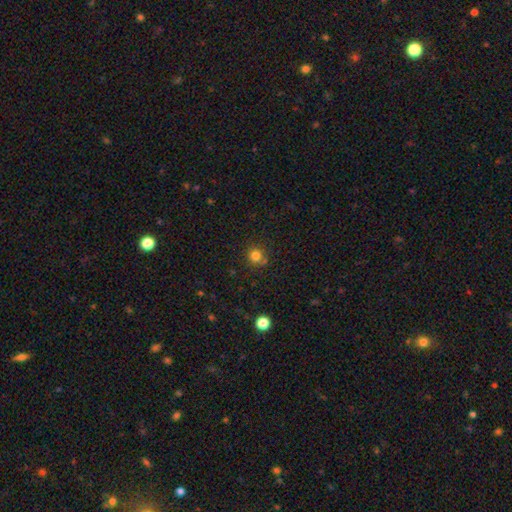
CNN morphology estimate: A smooth galaxy with no disk features (80%) that is round (89%). Merging: none (76%).